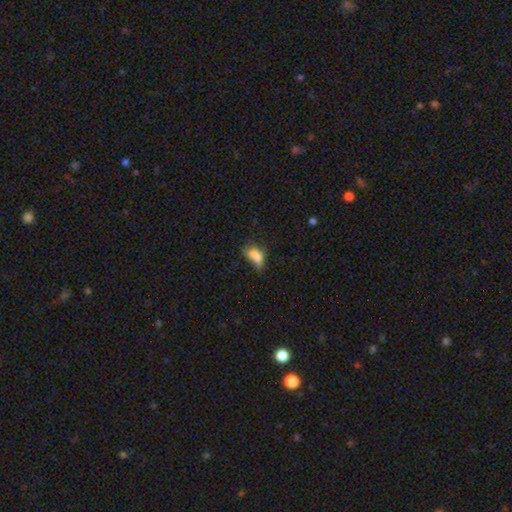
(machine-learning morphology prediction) Q: Smooth or featured?
A: smooth (75%); runner-up: featured or disk (14%)
Q: How rounded?
A: in between (87%); runner-up: round (9%)
Q: Merging?
A: minor disturbance (32%); runner-up: none (31%)